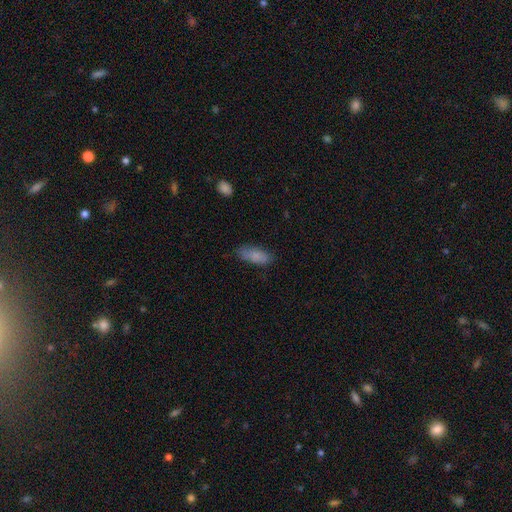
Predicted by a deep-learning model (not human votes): A smooth galaxy with no disk features (84%) that is in between round and cigar-shaped (81%). Merging: none (73%).